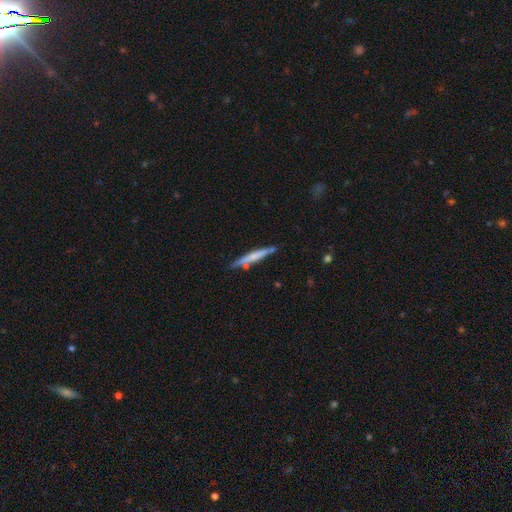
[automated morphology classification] Q: Smooth or featured?
A: smooth (53%); runner-up: featured or disk (42%)
Q: How rounded?
A: cigar-shaped (95%); runner-up: in between (4%)
Q: Merging?
A: none (76%); runner-up: minor disturbance (14%)